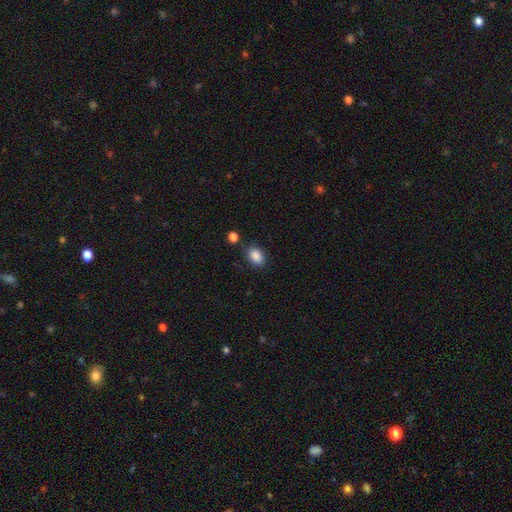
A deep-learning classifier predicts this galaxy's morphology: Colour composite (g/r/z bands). It shows a smooth galaxy with no disk features (88%) that is in between round and cigar-shaped (80%). Merging: none (80%).